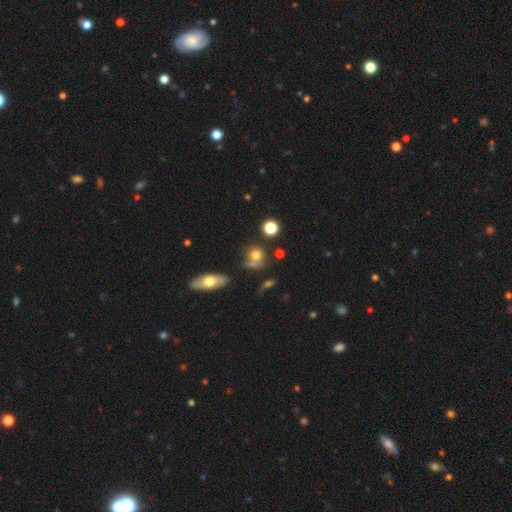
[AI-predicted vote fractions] This is likely a smooth galaxy (72%). How rounded: likely round (78%). Merging: possibly none (58%).